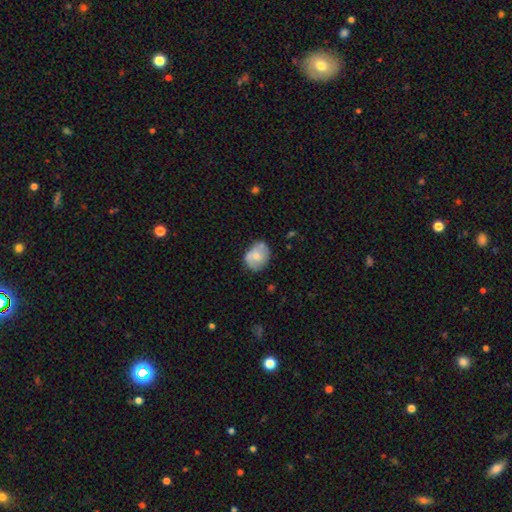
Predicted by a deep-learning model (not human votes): This is possibly a smooth galaxy (56%). How rounded: possibly in between (50%). Merging: possibly none (56%).